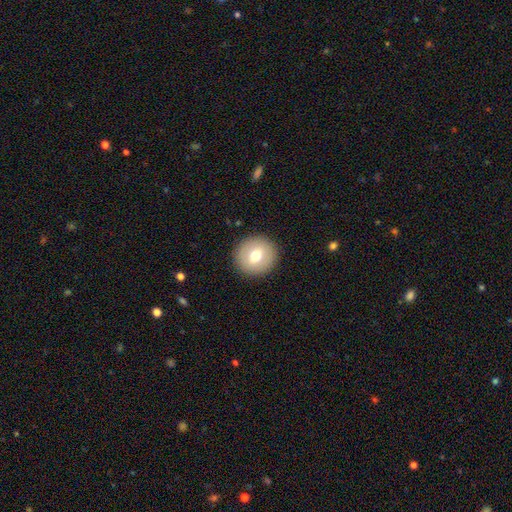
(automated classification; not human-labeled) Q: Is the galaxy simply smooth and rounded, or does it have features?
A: smooth — 71%.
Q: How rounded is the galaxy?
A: round — 92%.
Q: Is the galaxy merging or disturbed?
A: none — 91%.